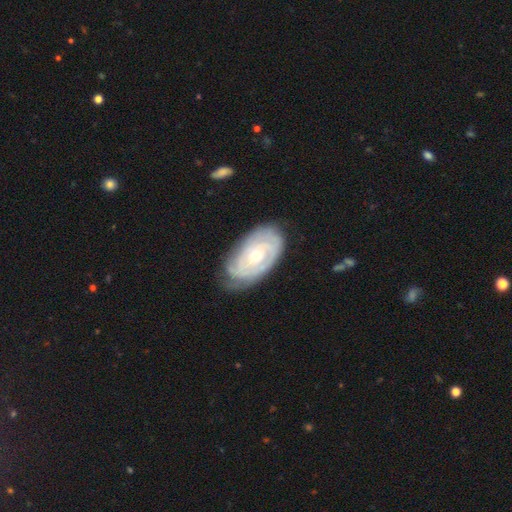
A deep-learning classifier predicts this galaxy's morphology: The model was most divided on "bulge size": small: 54%, moderate: 43%, large: 1%, none: 1%, dominant: 1%. Remaining: edge-on disk — no (95%); spiral arms — yes (91%); smooth or featured — featured or disk (81%); spiral winding — tight (79%); bar — no (75%); merging — none (71%); spiral arm count — can't tell (47%).